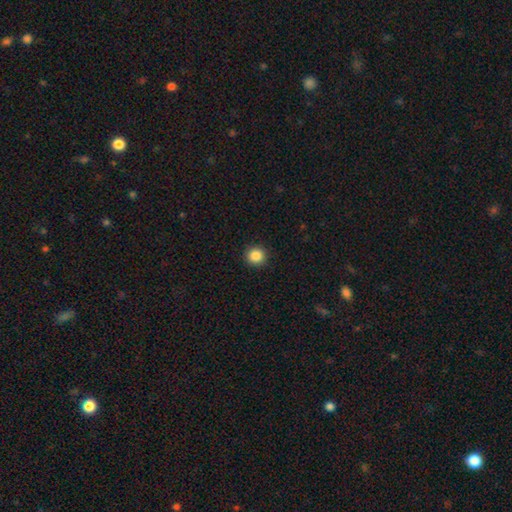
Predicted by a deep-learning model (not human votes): This is clearly a smooth galaxy (86%). How rounded: clearly round (93%). Merging: clearly none (92%).